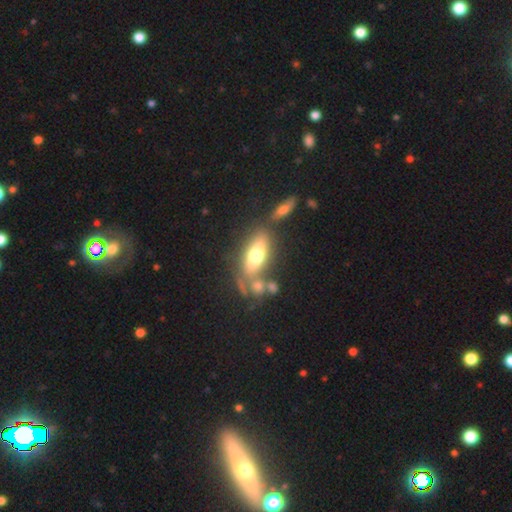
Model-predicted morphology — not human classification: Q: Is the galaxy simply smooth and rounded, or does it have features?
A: smooth — 56%.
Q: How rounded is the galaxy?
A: in between — 70%.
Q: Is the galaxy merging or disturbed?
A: none — 55%.